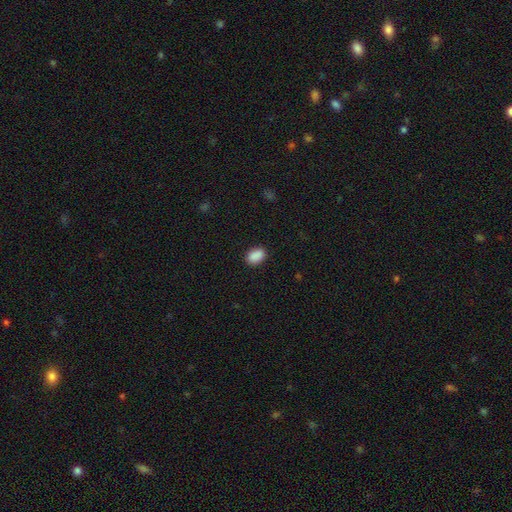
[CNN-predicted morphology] smooth 89%, star or artifact 8%, featured or disk 3%. Down the decision tree: how rounded — in between (83%); merging — none (87%).